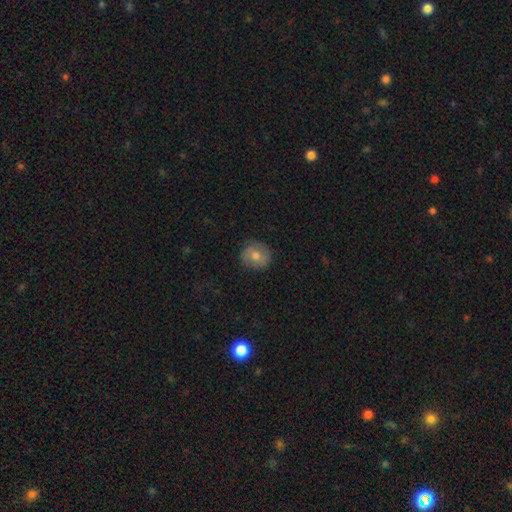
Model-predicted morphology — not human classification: This is likely a smooth galaxy (68%). How rounded: clearly round (84%). Merging: clearly none (84%).